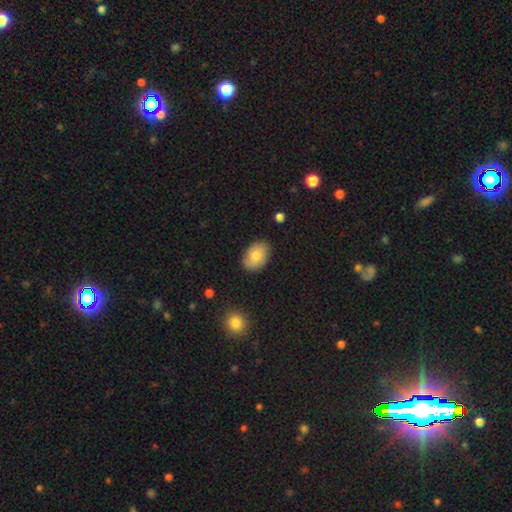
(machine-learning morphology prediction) Overall: smooth (81%). How rounded: in between (85%). Merging: none (83%).